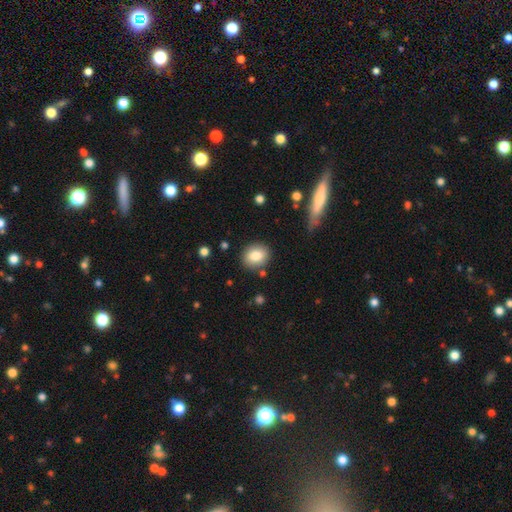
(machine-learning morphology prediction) Overall: smooth (82%). How rounded: round (62%; in between 37%). Merging: none (85%).